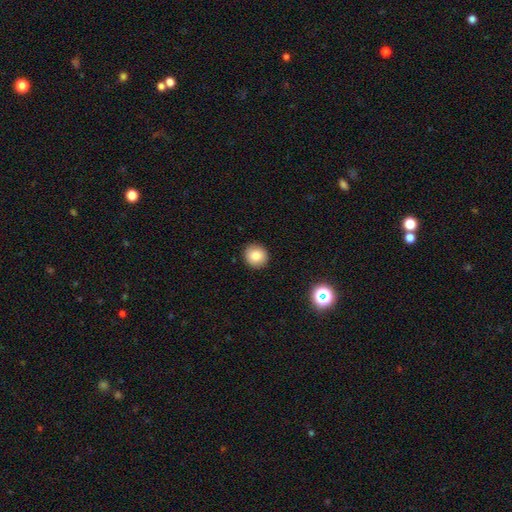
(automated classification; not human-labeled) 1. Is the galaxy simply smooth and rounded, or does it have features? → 84% smooth, 10% star or artifact, 6% featured or disk.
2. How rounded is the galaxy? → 90% round, 9% in between, 1% cigar-shaped.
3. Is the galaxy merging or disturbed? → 91% none, 7% minor disturbance, 2% major disturbance, 1% merger.